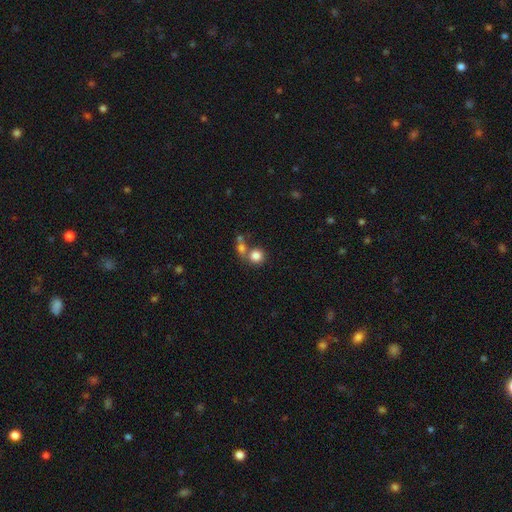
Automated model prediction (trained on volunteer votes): Morphology: type=smooth (81%); roundness=round (86%); merging=none (53%).